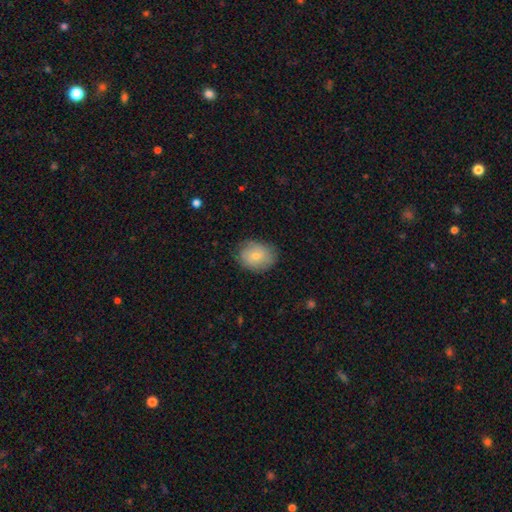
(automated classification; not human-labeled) Smooth or featured: smooth — 72% (featured or disk — 20%)
How rounded: in between — 57% (round — 42%)
Merging: none — 77% (minor disturbance — 18%)